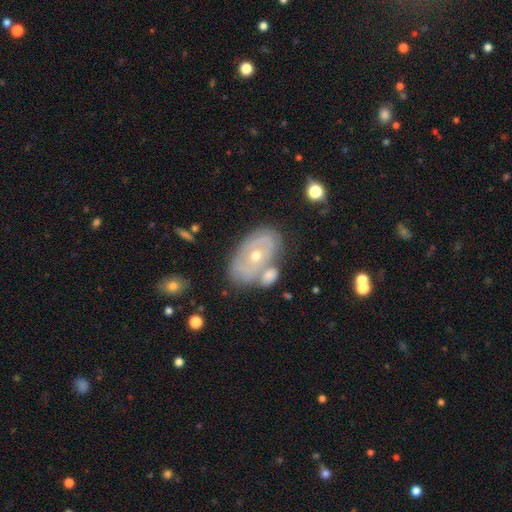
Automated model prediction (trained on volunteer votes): Overall: featured or disk (63%; smooth 30%). Edge-on disk: no (93%). Bar: no (79%). Spiral arms: yes (52%; no 48%). Bulge size: moderate (60%; small 36%). Merging: none (47%; merger 28%).